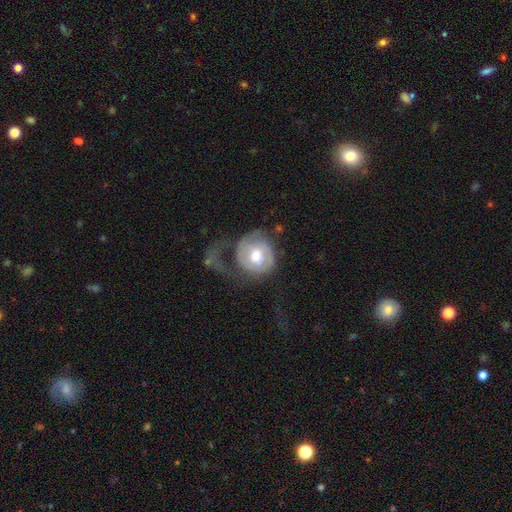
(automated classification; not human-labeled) featured or disk 58%, smooth 36%, star or artifact 6%. Down the decision tree: edge-on disk — no (97%); bar — no (70%); spiral arms — yes (69%); bulge size — moderate (69%); merging — major disturbance (54%).